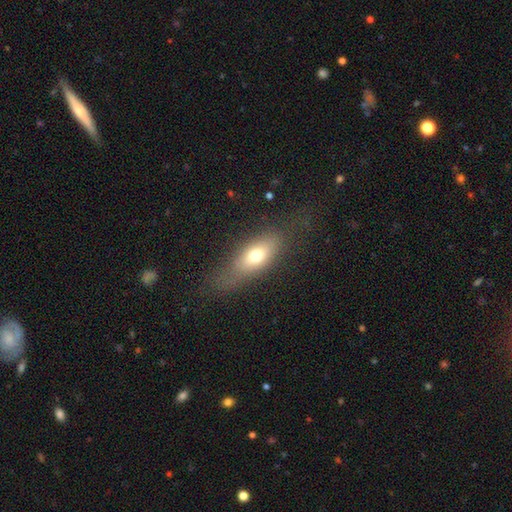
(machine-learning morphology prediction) Smooth or featured? Predicted: smooth (p=0.68). How rounded? Predicted: in between (p=0.75). Merging? Predicted: none (p=0.60).